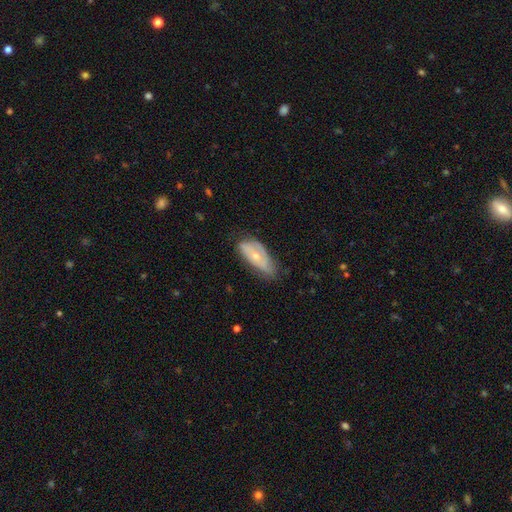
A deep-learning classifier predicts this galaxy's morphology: smooth-or-featured: featured or disk: 52% | smooth: 42% | star or artifact: 7%
  disk-edge-on: no: 85% | yes: 15%
  merging: none: 55% | minor disturbance: 33% | major disturbance: 10% | merger: 2%